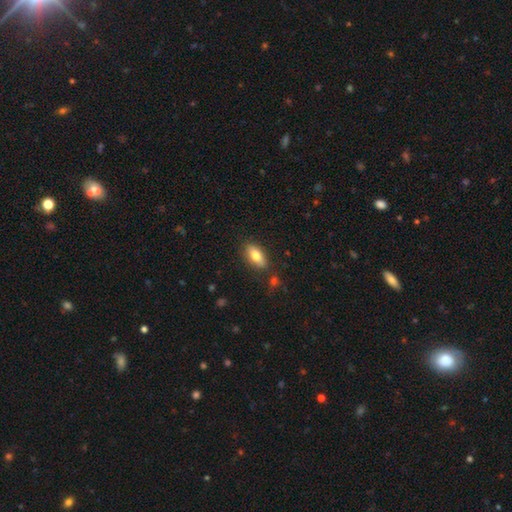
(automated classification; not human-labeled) smooth-or-featured: smooth: 76% | featured or disk: 17% | star or artifact: 7%
  how-rounded: in between: 85% | cigar-shaped: 11% | round: 4%
  merging: none: 82% | minor disturbance: 12% | merger: 3% | major disturbance: 3%